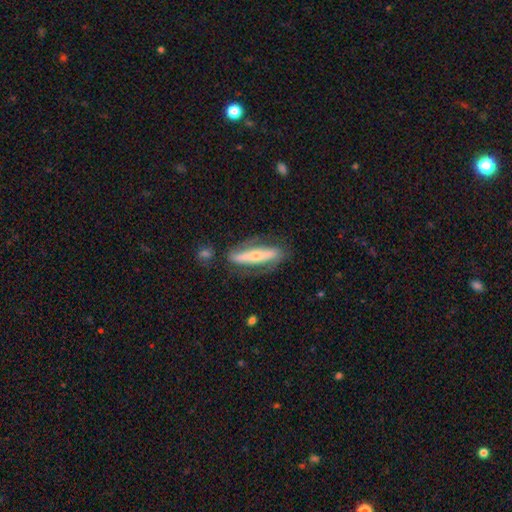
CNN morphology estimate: Smooth or featured? Predicted: featured or disk (p=0.64). Edge-on disk? Predicted: no (p=0.54). Merging? Predicted: none (p=0.73).